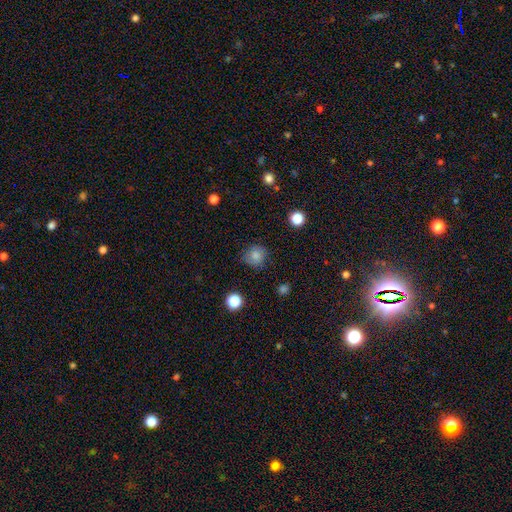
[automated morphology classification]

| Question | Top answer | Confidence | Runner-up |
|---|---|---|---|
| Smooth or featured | smooth | 78% | star or artifact (12%) |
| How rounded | round | 84% | in between (15%) |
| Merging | none | 77% | minor disturbance (17%) |